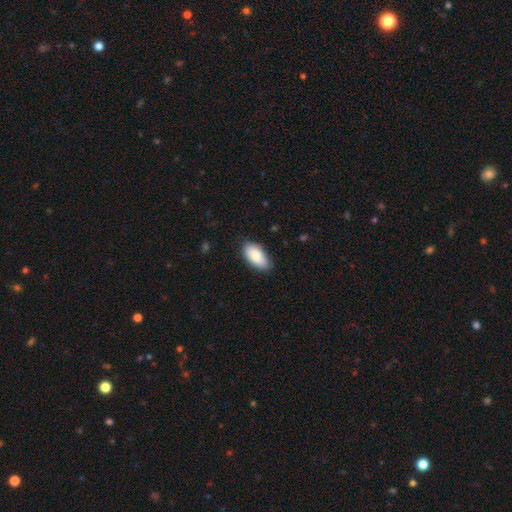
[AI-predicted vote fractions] A smooth galaxy with no disk features (83%) that is in between round and cigar-shaped (94%).

Vote fractions:
- Smooth or featured? smooth: 83% / featured or disk: 11% / star or artifact: 6%
- How rounded? in between: 94% / cigar-shaped: 4% / round: 3%
- Merging? none: 83% / minor disturbance: 14% / major disturbance: 2% / merger: 1%